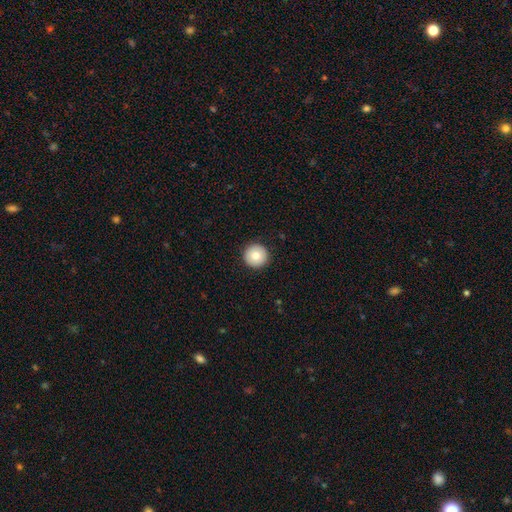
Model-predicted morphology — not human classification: smooth_or_featured: smooth (p=0.83) [alt: featured or disk p=0.09]
how_rounded: round (p=0.97) [alt: in between p=0.02]
merging: none (p=0.93) [alt: minor disturbance p=0.04]